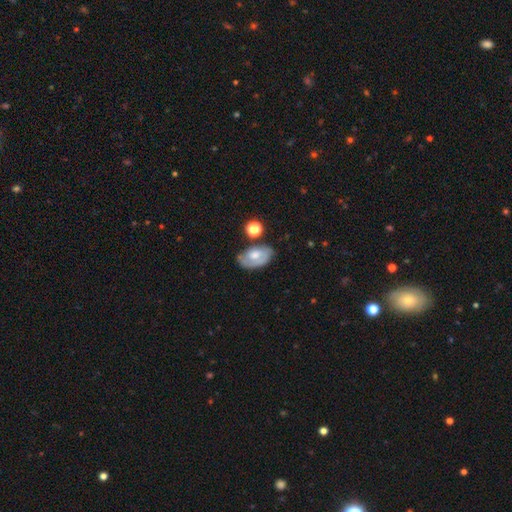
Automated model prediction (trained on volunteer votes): Smooth or featured: featured or disk — 49% (smooth — 43%)
Merging: none — 55% (minor disturbance — 26%)